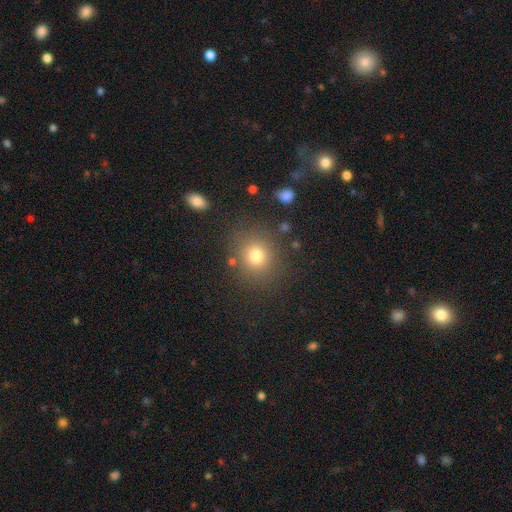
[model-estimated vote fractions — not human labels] Smooth or featured?
  - smooth: 76% *
  - star or artifact: 15%
  - featured or disk: 9%
How rounded?
  - round: 83% *
  - in between: 16%
  - cigar-shaped: 1%
Merging?
  - none: 83% *
  - minor disturbance: 10%
  - major disturbance: 4%
  - merger: 4%